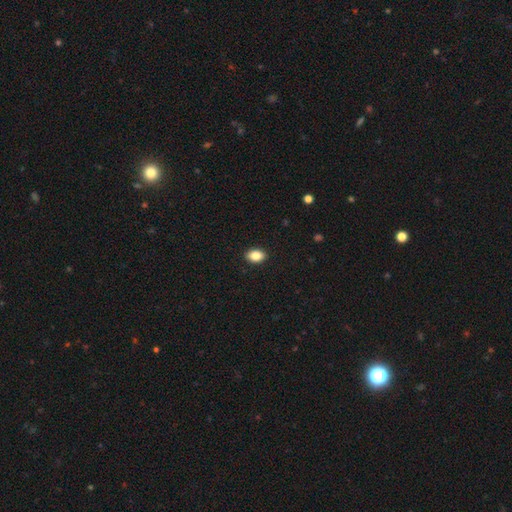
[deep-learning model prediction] smooth-or-featured: smooth: 86% | star or artifact: 8% | featured or disk: 6%
  how-rounded: in between: 81% | round: 18% | cigar-shaped: 1%
  merging: none: 91% | minor disturbance: 7% | major disturbance: 2% | merger: 1%